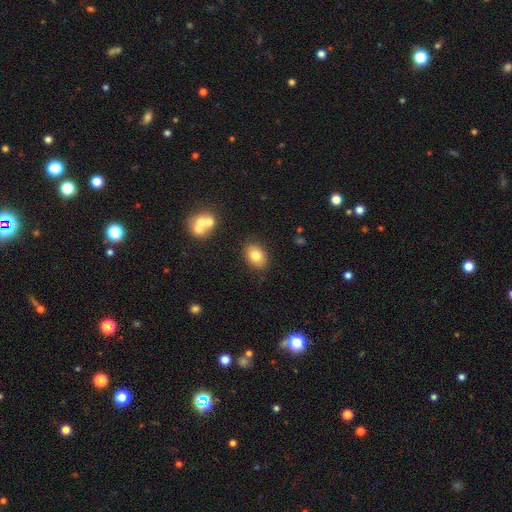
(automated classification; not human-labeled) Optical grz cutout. It shows a smooth galaxy with no disk features (78%) that is in between round and cigar-shaped (76%). Merging: none (85%).